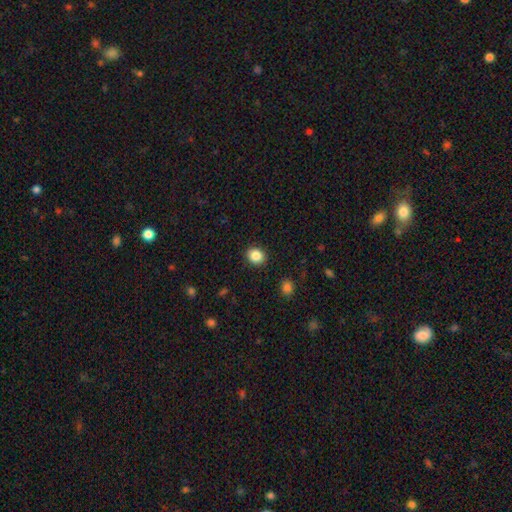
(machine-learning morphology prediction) This is clearly a smooth galaxy (86%). How rounded: likely round (64%). Merging: clearly none (91%).